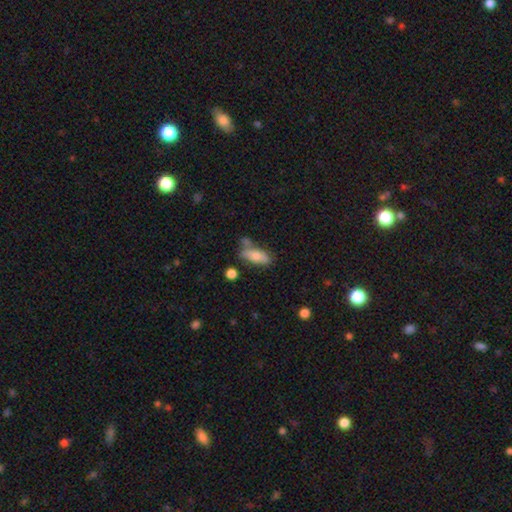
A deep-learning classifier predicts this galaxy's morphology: This appears to be a smooth galaxy with no disk features (76%) that is in between round and cigar-shaped (72%). Merging: none (56%).